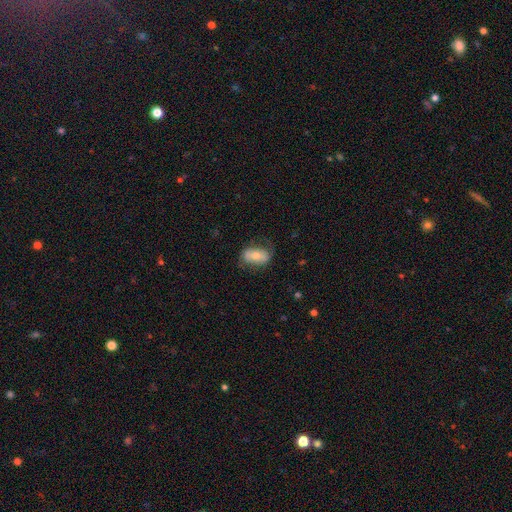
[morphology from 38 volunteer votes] This is likely a smooth galaxy (66%). How rounded: clearly in between (84%). Merging: likely none (62%).